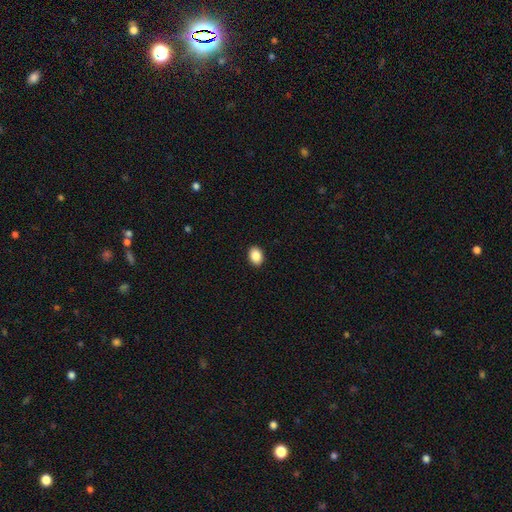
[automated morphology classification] Smooth or featured? smooth (88%)
How rounded? in between (70%)
Merging? none (91%)